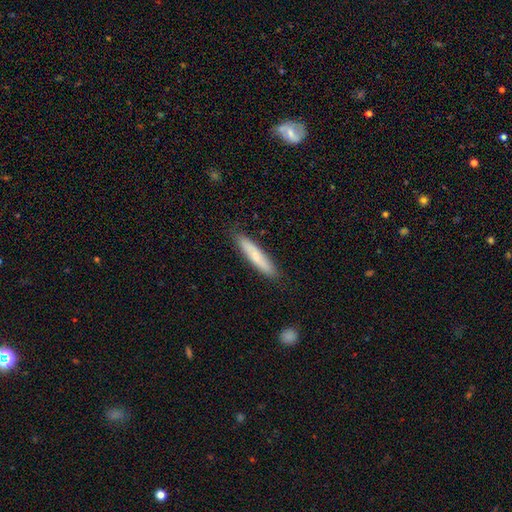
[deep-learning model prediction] Smooth or featured? Predicted: smooth (p=0.68). How rounded? Predicted: cigar-shaped (p=0.89). Merging? Predicted: none (p=0.86).